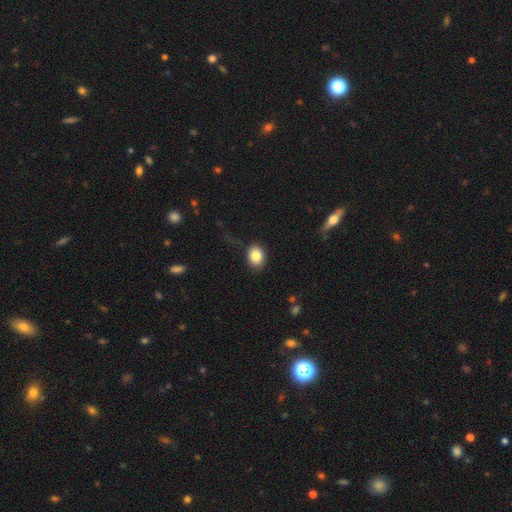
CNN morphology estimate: This appears to be a smooth galaxy with no disk features (84%) that is in between round and cigar-shaped (53%). Merging: none (77%).